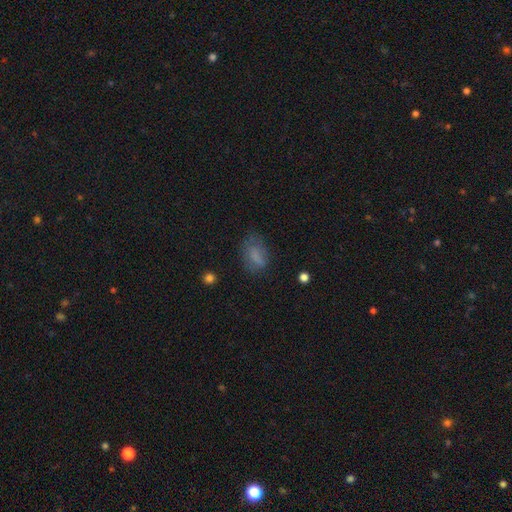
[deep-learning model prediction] Smooth or featured? smooth (70%)
How rounded? in between (84%)
Merging? none (54%)